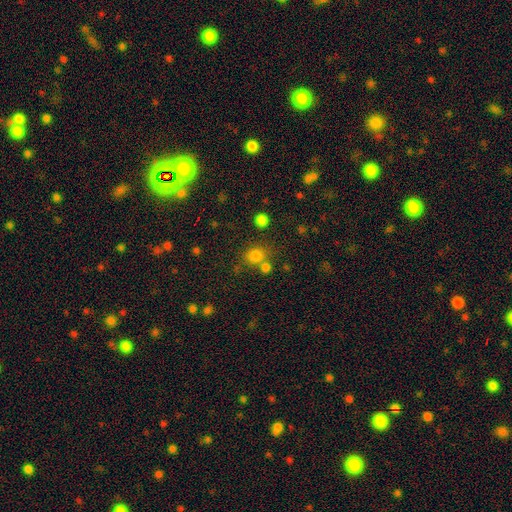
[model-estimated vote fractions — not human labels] The model was most divided on "merging": none: 65%, merger: 21%, minor disturbance: 10%, major disturbance: 4%. More confident: how rounded — round (80%); smooth or featured — smooth (79%).